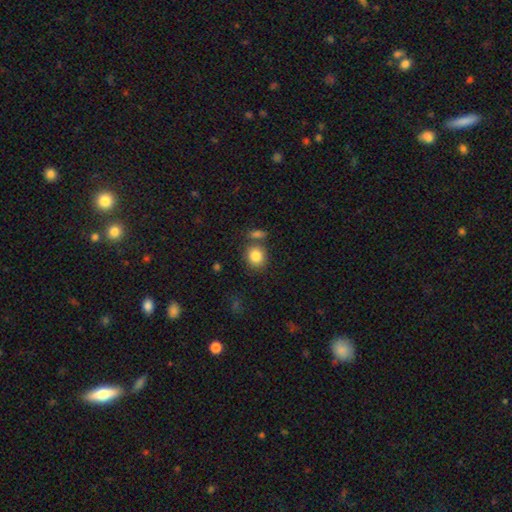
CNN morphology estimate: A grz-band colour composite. It shows a smooth galaxy with no disk features (84%) that is round (72%). Merging: none (67%).